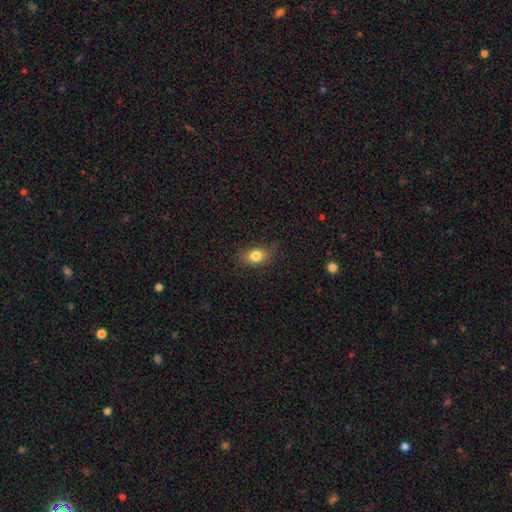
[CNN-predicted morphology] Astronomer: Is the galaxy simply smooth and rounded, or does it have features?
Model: smooth — 82%.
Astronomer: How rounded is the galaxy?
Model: in between — 71%.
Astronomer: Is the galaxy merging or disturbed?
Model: none — 78%.